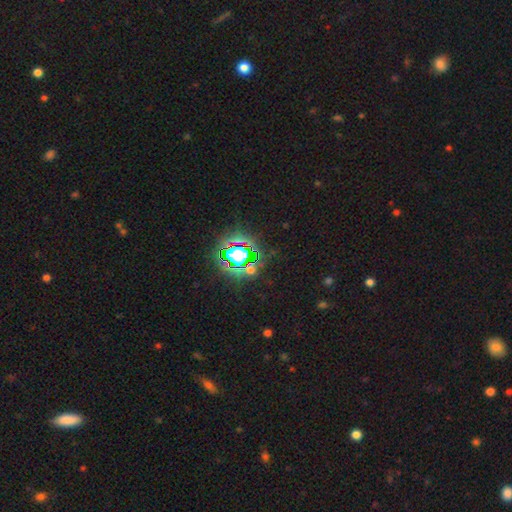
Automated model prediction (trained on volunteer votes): A star or artifact, not a galaxy (80%).